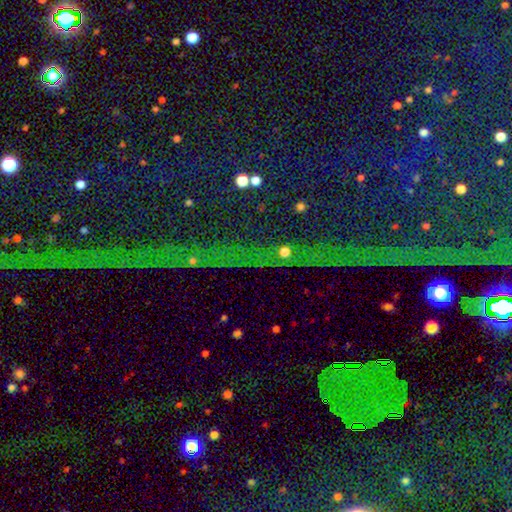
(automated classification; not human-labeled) Smooth or featured? star or artifact (84%)